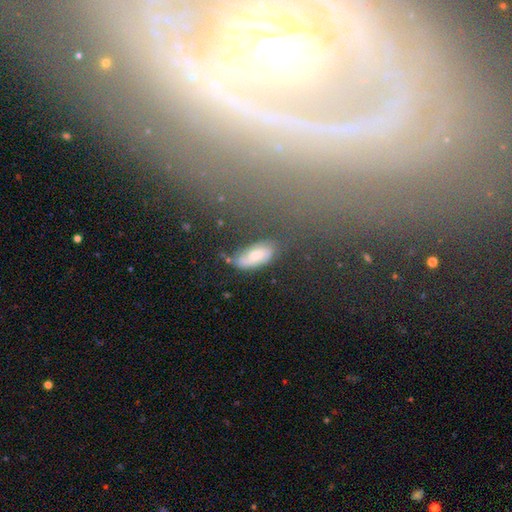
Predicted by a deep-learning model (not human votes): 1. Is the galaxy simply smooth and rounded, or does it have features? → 47% featured or disk, 44% smooth, 10% star or artifact.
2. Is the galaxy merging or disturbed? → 57% none, 25% minor disturbance, 12% major disturbance, 6% merger.